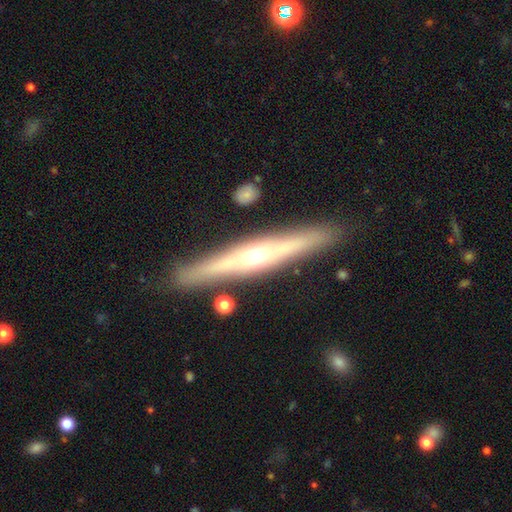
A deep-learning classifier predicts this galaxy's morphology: This appears to be a featured or disk galaxy (74%) viewed edge-on (96%) with a rounded central bulge (87%). Merging: none (87%).